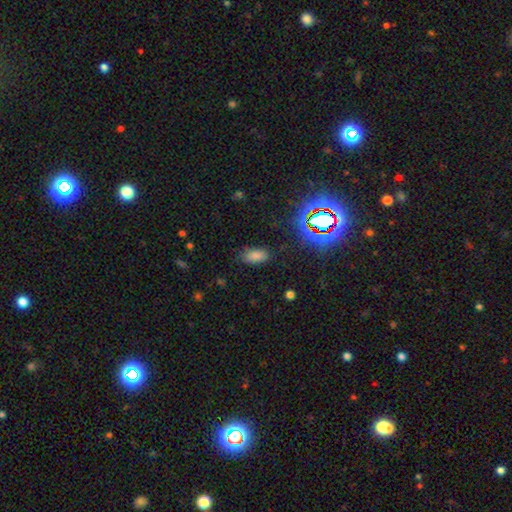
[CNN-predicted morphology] Smooth or featured? smooth (76%)
How rounded? in between (91%)
Merging? none (80%)